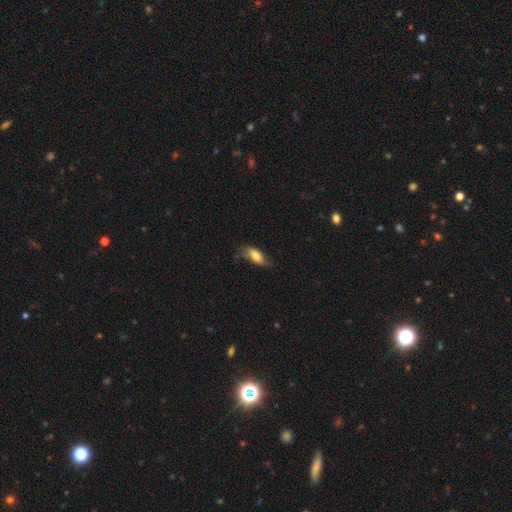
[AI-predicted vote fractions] This appears to be a smooth galaxy with no disk features (68%) that is in between round and cigar-shaped (84%). Merging: none (50%).